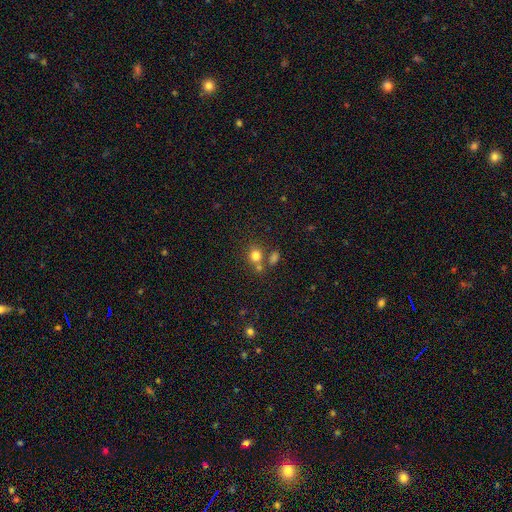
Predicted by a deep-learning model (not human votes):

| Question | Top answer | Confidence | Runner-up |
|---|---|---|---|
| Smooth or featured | smooth | 77% | star or artifact (15%) |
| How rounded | round | 78% | in between (21%) |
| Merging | none | 59% | merger (27%) |